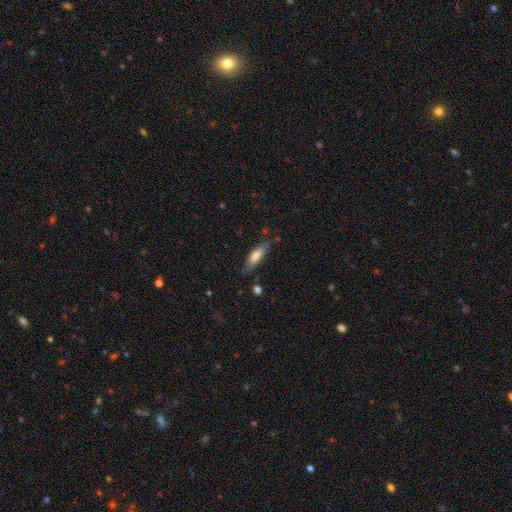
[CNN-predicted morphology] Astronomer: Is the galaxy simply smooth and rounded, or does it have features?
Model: smooth — 68%.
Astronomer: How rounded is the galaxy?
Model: cigar-shaped — 57% (runner-up: in between, 41%).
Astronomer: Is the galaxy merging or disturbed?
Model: none — 73%.